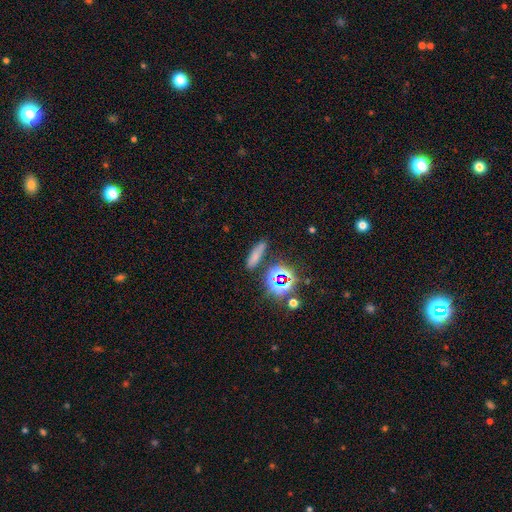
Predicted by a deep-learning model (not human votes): Overall: smooth (64%). How rounded: cigar-shaped (64%; in between 29%). Merging: none (77%).